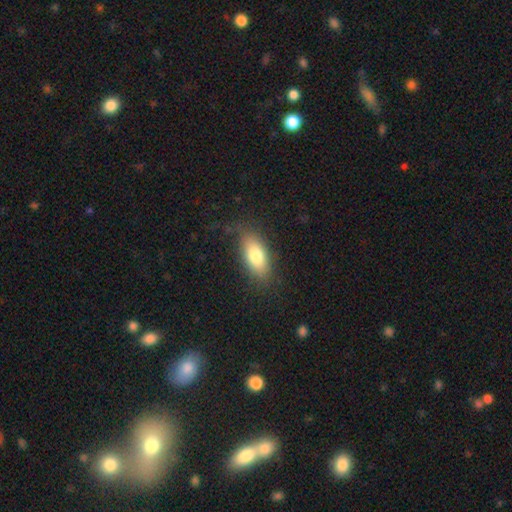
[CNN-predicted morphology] smooth_or_featured: smooth (p=0.79) [alt: featured or disk p=0.14]
how_rounded: in between (p=0.86) [alt: cigar-shaped p=0.10]
merging: none (p=0.79) [alt: minor disturbance p=0.15]